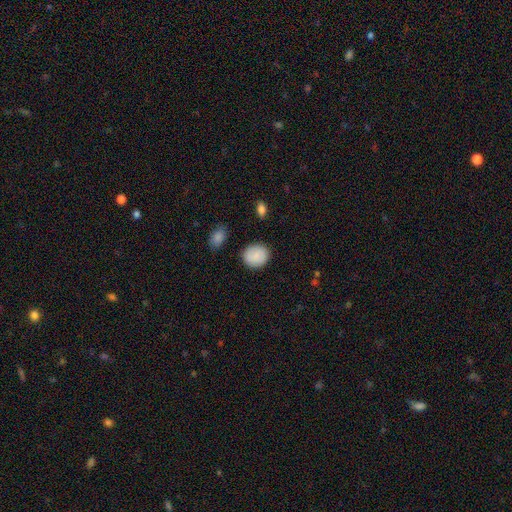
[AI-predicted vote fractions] This is clearly a smooth galaxy (85%). How rounded: likely round (76%). Merging: clearly none (87%).